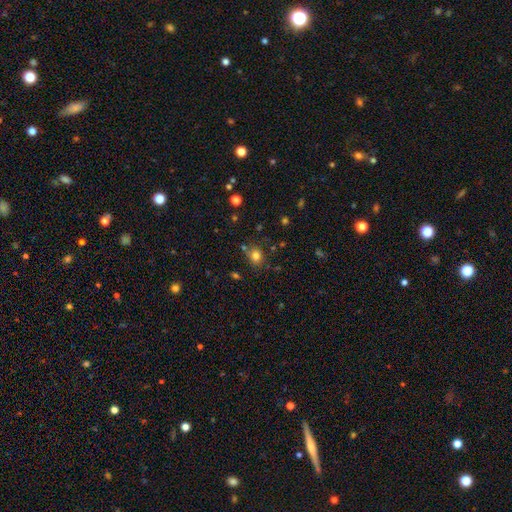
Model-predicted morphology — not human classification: The model was most divided on "how rounded": round: 64%, in between: 35%, cigar-shaped: 1%. More confident: smooth or featured — smooth (77%); merging — none (75%).